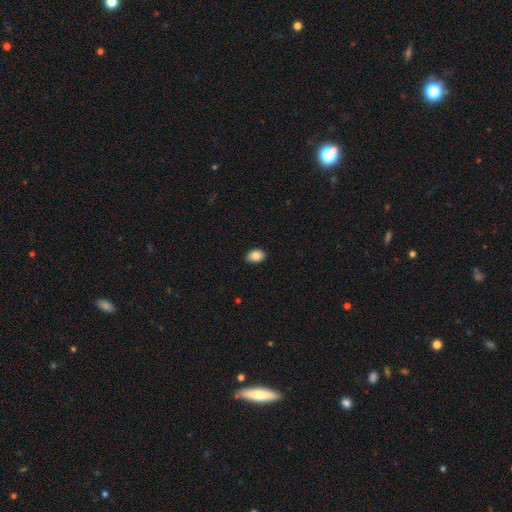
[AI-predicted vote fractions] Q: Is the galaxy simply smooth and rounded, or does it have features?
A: smooth — 86%.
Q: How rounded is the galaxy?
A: in between — 81%.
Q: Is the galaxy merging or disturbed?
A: none — 87%.